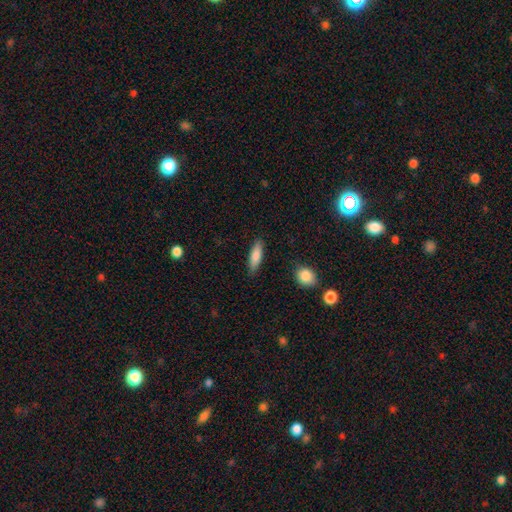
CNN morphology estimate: The model was most divided on "how rounded": cigar-shaped: 58%, in between: 40%, round: 2%. More confident: merging — none (86%); smooth or featured — smooth (82%).